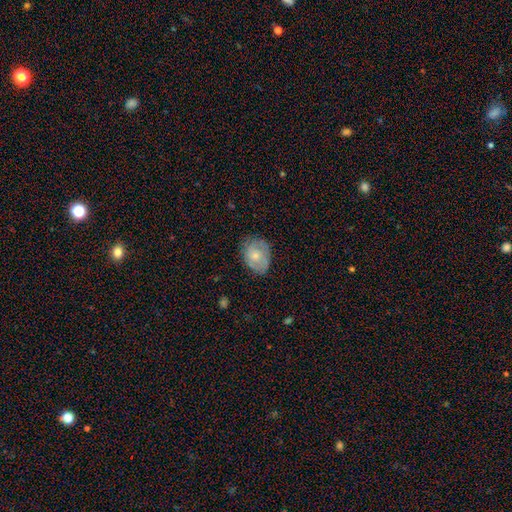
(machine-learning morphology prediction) A smooth galaxy with no disk features (55%) that is in between round and cigar-shaped (62%).

Vote fractions:
- Smooth or featured? smooth: 55% / featured or disk: 38% / star or artifact: 7%
- How rounded? in between: 62% / round: 37% / cigar-shaped: 1%
- Merging? none: 71% / minor disturbance: 22% / major disturbance: 6% / merger: 1%